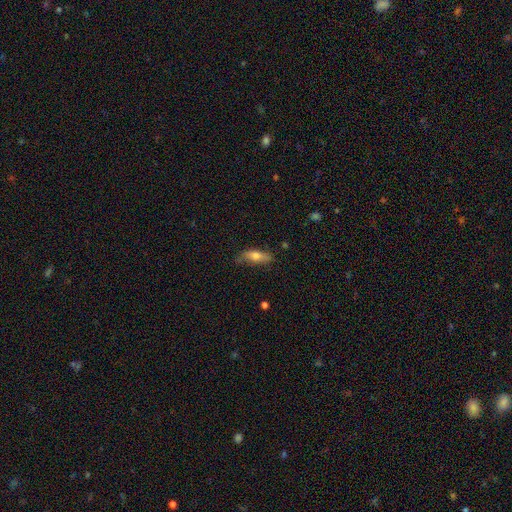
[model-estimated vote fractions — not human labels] A smooth galaxy with no disk features (67%) that is in between round and cigar-shaped (54%). Merging: none (71%).